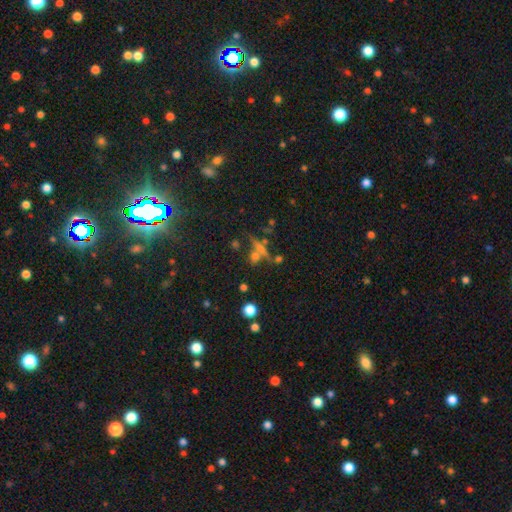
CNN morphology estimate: Overall: smooth (40%; featured or disk 33%). Merging: none (55%; merger 26%).